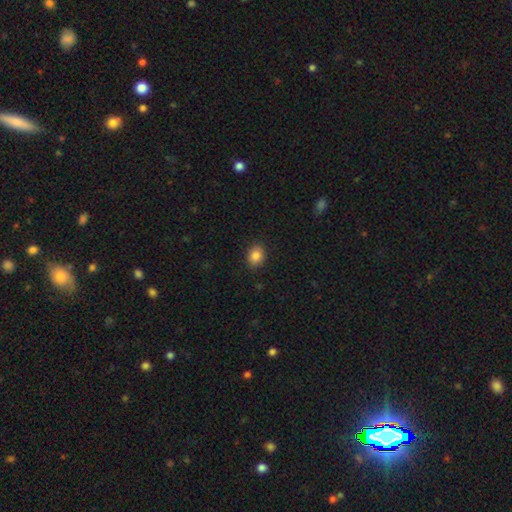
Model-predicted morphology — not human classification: Smooth or featured?
  - smooth: 86% *
  - star or artifact: 9%
  - featured or disk: 5%
How rounded?
  - in between: 57% *
  - round: 42%
  - cigar-shaped: 1%
Merging?
  - none: 89% *
  - minor disturbance: 8%
  - major disturbance: 2%
  - merger: 1%